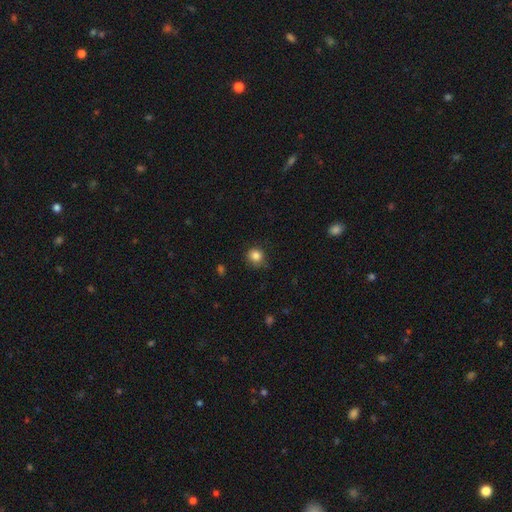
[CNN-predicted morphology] The model was most divided on "merging": none: 77%, minor disturbance: 18%, major disturbance: 4%, merger: 1%. More confident: how rounded — round (87%); smooth or featured — smooth (84%).